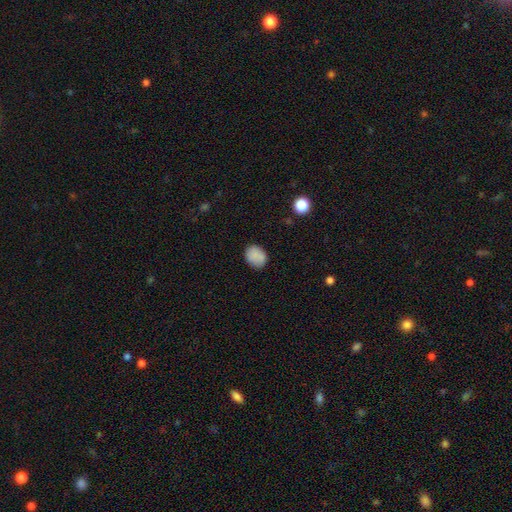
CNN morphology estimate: A smooth galaxy with no disk features (85%) that is in between round and cigar-shaped (51%).

Vote fractions:
- Smooth or featured? smooth: 85% / star or artifact: 9% / featured or disk: 6%
- How rounded? in between: 51% / round: 48% / cigar-shaped: 1%
- Merging? none: 82% / minor disturbance: 13% / major disturbance: 3% / merger: 2%